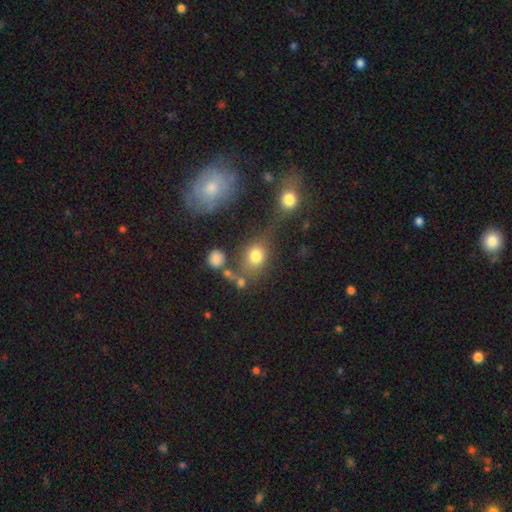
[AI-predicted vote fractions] The model was most divided on "how rounded": round: 53%, in between: 45%, cigar-shaped: 2%. Remaining: smooth or featured — smooth (73%); merging — none (46%).